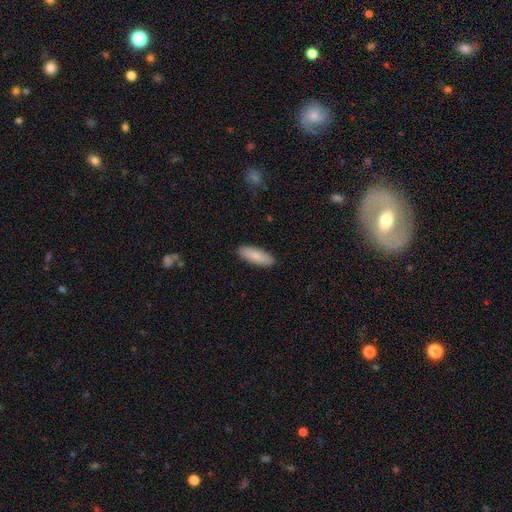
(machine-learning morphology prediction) Smooth or featured: smooth — 84% (featured or disk — 10%)
How rounded: in between — 58% (cigar-shaped — 40%)
Merging: none — 90% (minor disturbance — 8%)